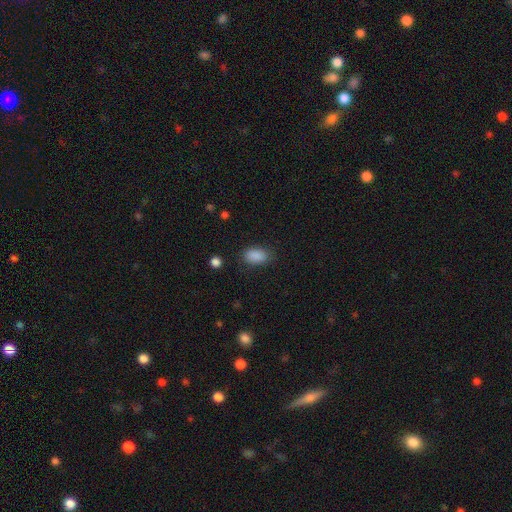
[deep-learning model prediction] Smooth or featured: smooth — 88% (star or artifact — 9%)
How rounded: in between — 90% (round — 8%)
Merging: none — 83% (minor disturbance — 12%)